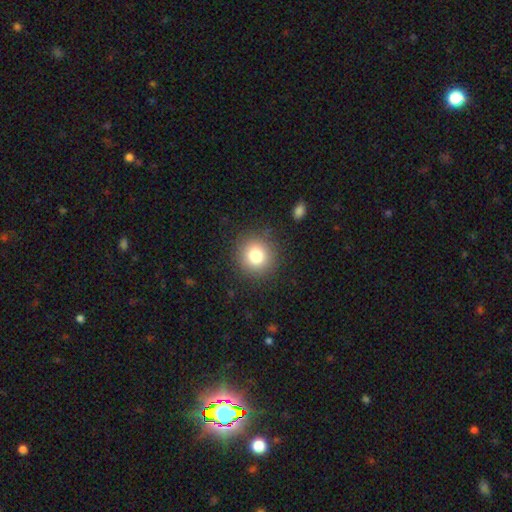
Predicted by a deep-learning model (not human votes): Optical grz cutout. It shows a smooth galaxy with no disk features (79%) that is round (92%). Merging: none (88%).